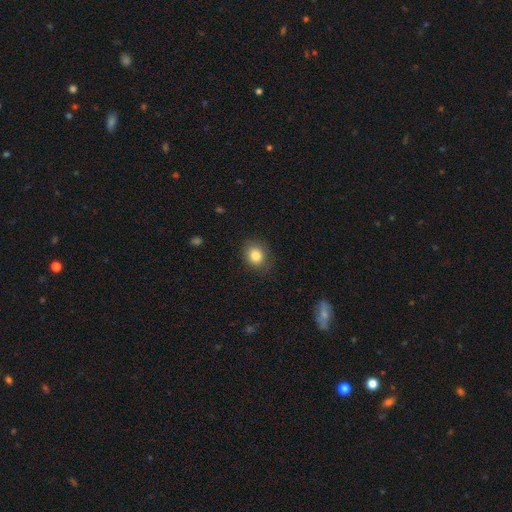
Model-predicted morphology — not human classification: Smooth or featured?
  - smooth: 82% *
  - star or artifact: 10%
  - featured or disk: 8%
How rounded?
  - round: 66% *
  - in between: 33%
  - cigar-shaped: 1%
Merging?
  - none: 81% *
  - minor disturbance: 14%
  - major disturbance: 4%
  - merger: 1%